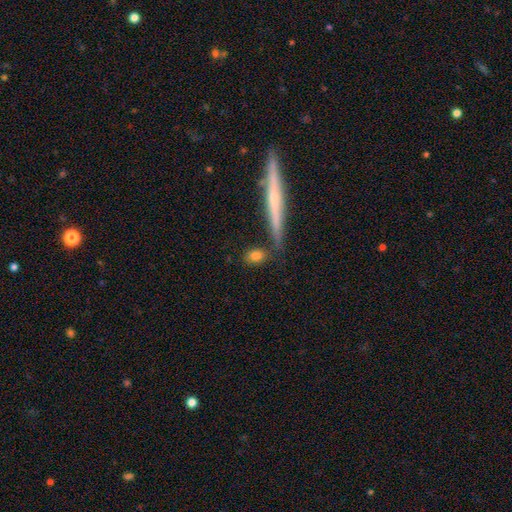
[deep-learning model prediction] Morphology: type=smooth (80%); roundness=in between (59%); merging=none (75%).